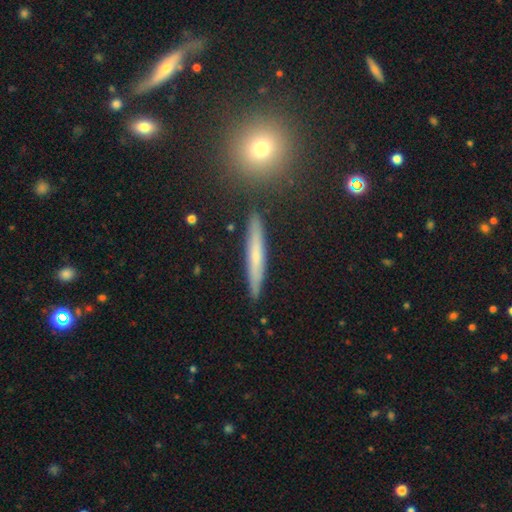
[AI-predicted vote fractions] smooth_or_featured: smooth (p=0.50) [alt: featured or disk p=0.42]
merging: none (p=0.88) [alt: minor disturbance p=0.08]